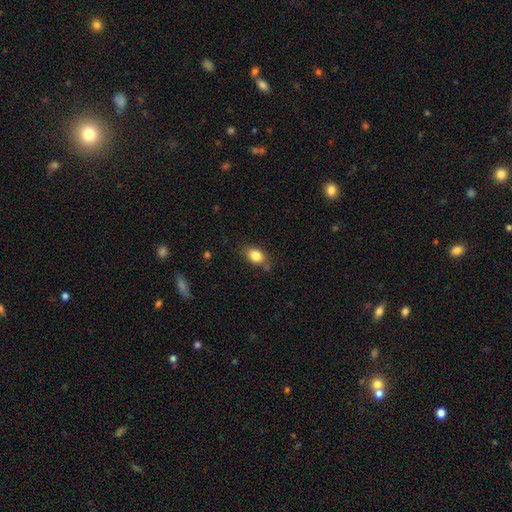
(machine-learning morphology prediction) A smooth galaxy with no disk features (83%) that is in between round and cigar-shaped (76%). Merging: none (74%).